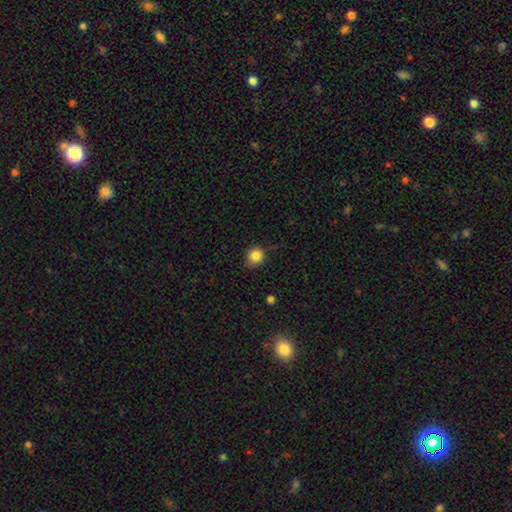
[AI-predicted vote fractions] Smooth or featured? Predicted: smooth (p=0.85). How rounded? Predicted: round (p=0.89). Merging? Predicted: none (p=0.76).